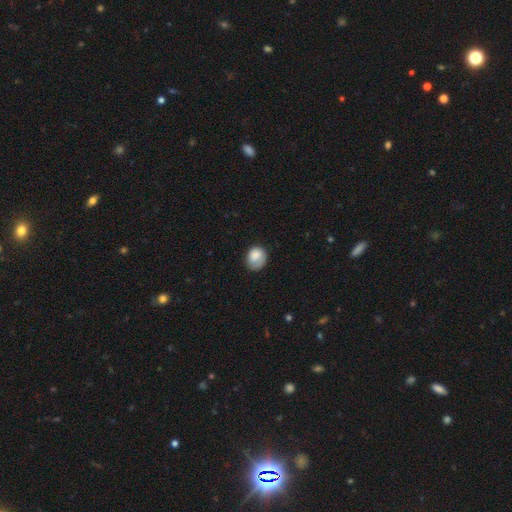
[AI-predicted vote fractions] Smooth or featured? smooth (82%)
How rounded? round (56%)
Merging? none (57%)